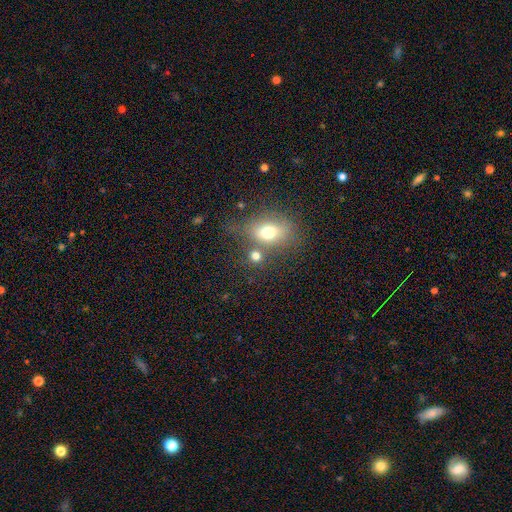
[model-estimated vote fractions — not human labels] smooth_or_featured: smooth (p=0.71) [alt: star or artifact p=0.16]
how_rounded: round (p=0.66) [alt: in between p=0.32]
merging: none (p=0.54) [alt: merger p=0.27]